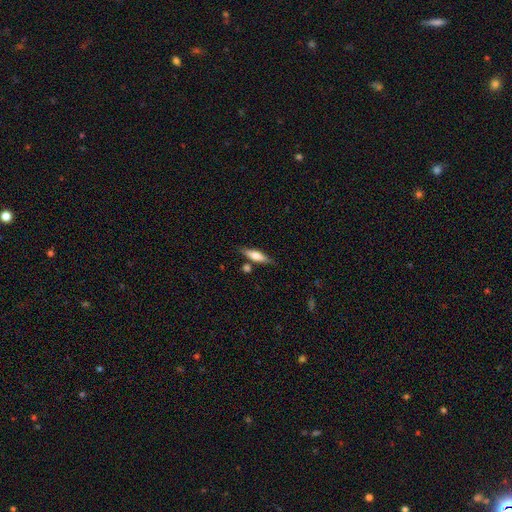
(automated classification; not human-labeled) smooth 53%, featured or disk 40%, star or artifact 7%. Down the decision tree: how rounded — cigar-shaped (61%); merging — none (77%).